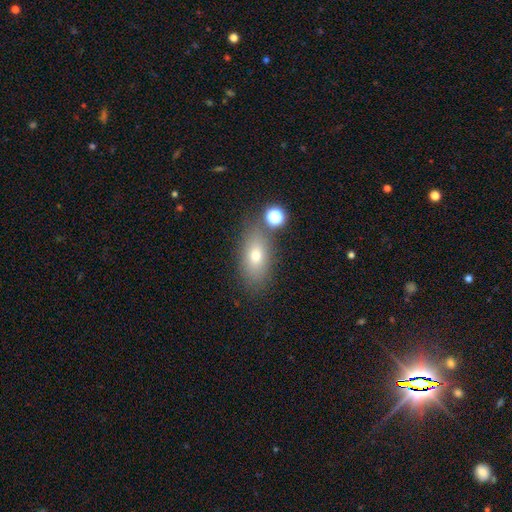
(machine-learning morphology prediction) smooth_or_featured: smooth (p=0.70) [alt: featured or disk p=0.18]
how_rounded: in between (p=0.81) [alt: round p=0.11]
merging: none (p=0.74) [alt: minor disturbance p=0.13]